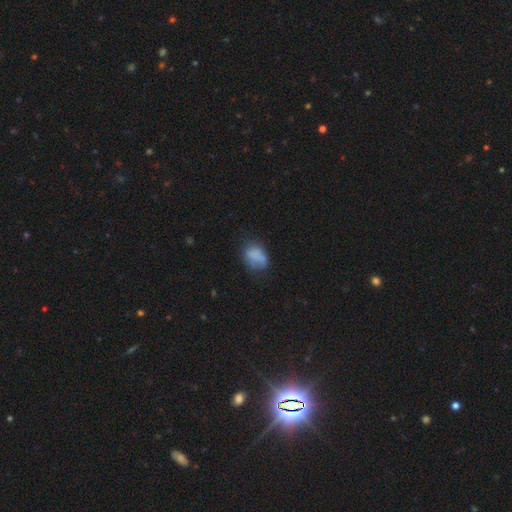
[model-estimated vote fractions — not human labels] Smooth or featured?
  - smooth: 75% *
  - featured or disk: 15%
  - star or artifact: 10%
How rounded?
  - in between: 68% *
  - round: 31%
  - cigar-shaped: 2%
Merging?
  - none: 48% *
  - minor disturbance: 30%
  - major disturbance: 15%
  - merger: 7%